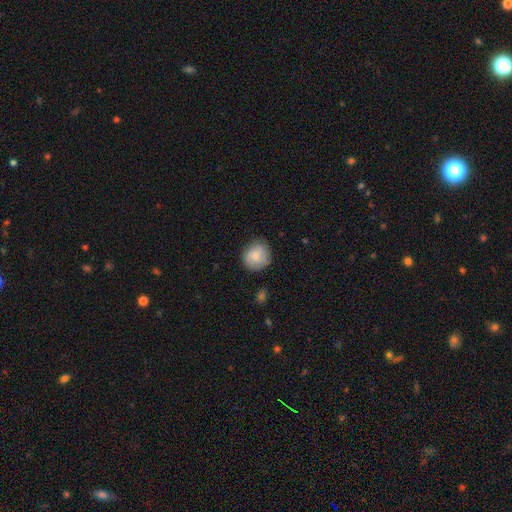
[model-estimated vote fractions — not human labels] Overall: smooth (71%). How rounded: round (85%). Merging: none (77%).